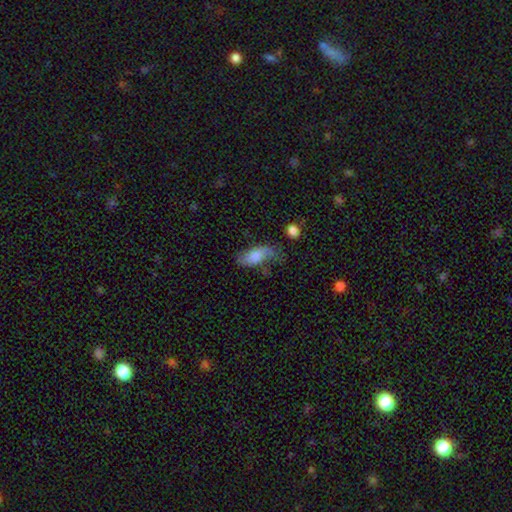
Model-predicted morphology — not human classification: This is likely a smooth galaxy (63%). How rounded: clearly in between (83%). Merging: possibly none (46%).